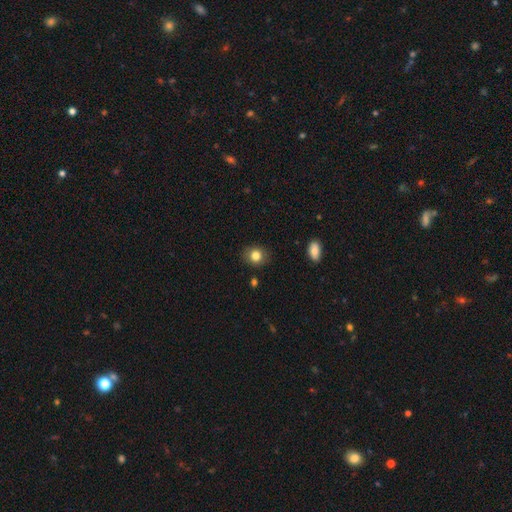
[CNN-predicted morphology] The model was most divided on "how rounded": round: 70%, in between: 29%, cigar-shaped: 1%. More confident: merging — none (86%); smooth or featured — smooth (83%).